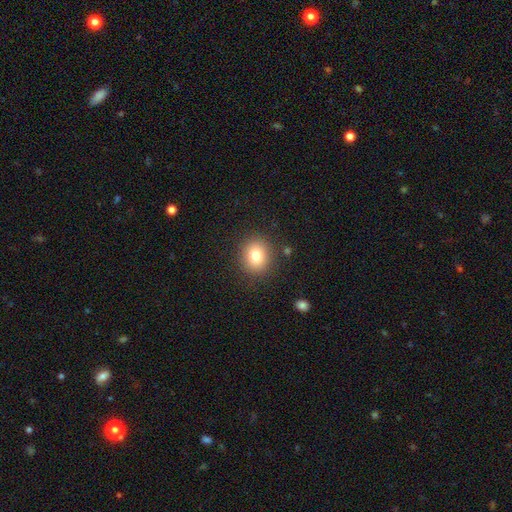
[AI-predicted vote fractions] Morphology: type=smooth (80%); roundness=round (72%); merging=none (87%).